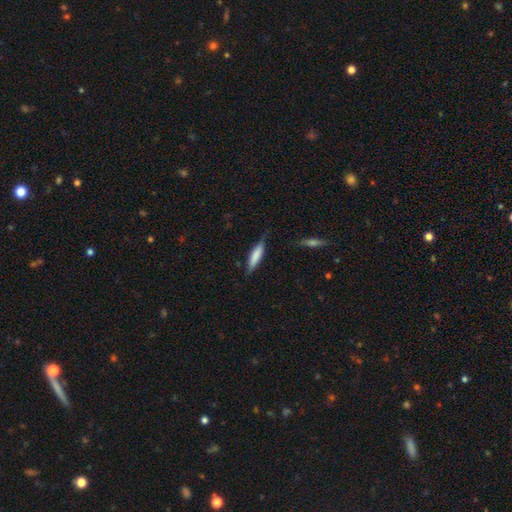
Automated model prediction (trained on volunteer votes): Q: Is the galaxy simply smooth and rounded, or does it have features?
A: smooth — 77%.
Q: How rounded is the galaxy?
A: cigar-shaped — 73%.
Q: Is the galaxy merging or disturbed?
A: none — 75%.